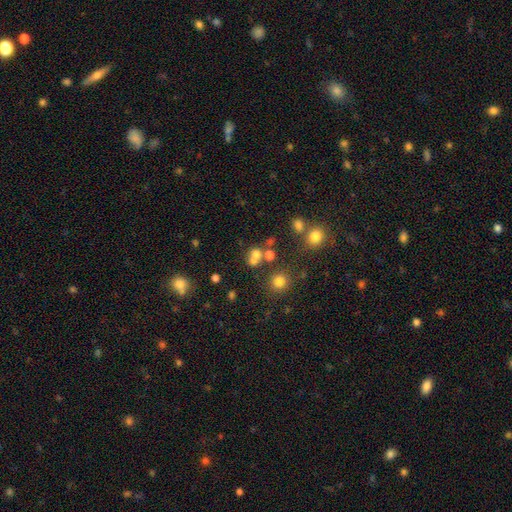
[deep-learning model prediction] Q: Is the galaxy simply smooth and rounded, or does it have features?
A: smooth — 65%.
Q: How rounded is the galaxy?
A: round — 76%.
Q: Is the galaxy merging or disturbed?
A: none — 45%.